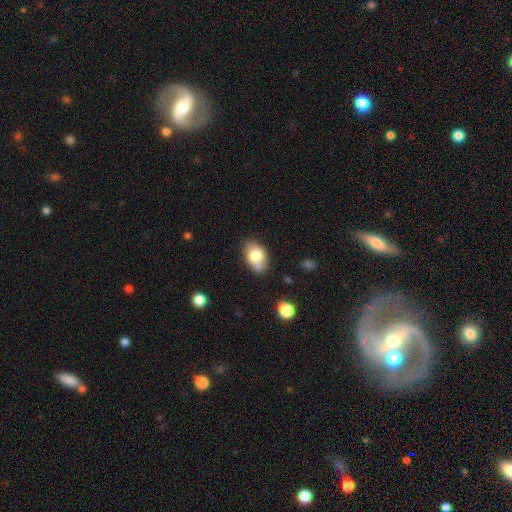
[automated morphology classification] smooth_or_featured: smooth (p=0.77) [alt: featured or disk p=0.15]
how_rounded: in between (p=0.84) [alt: round p=0.15]
merging: none (p=0.65) [alt: minor disturbance p=0.21]